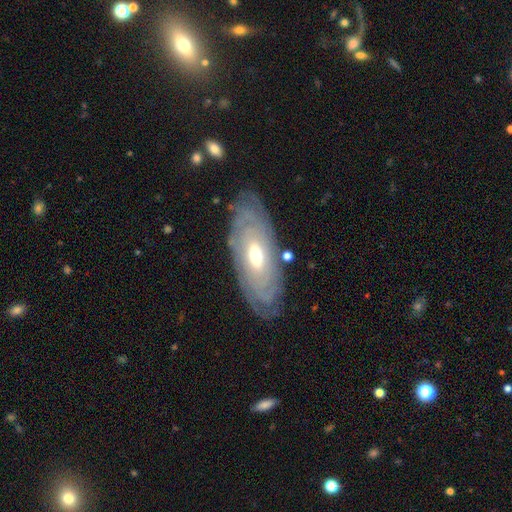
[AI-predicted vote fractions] A featured or disk galaxy (75%) with no bar (65%), tight (82%) spiral arms (80%) and a moderate central bulge (60%). Merging: none (78%).